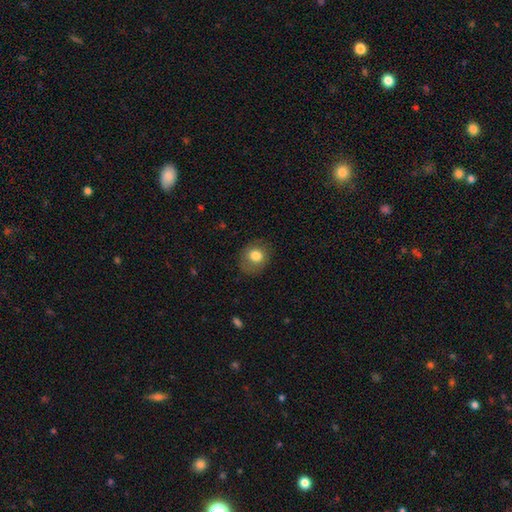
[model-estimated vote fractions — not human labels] smooth-or-featured: smooth: 80% | featured or disk: 11% | star or artifact: 9%
  how-rounded: round: 71% | in between: 28% | cigar-shaped: 1%
  merging: none: 74% | minor disturbance: 18% | major disturbance: 7% | merger: 1%